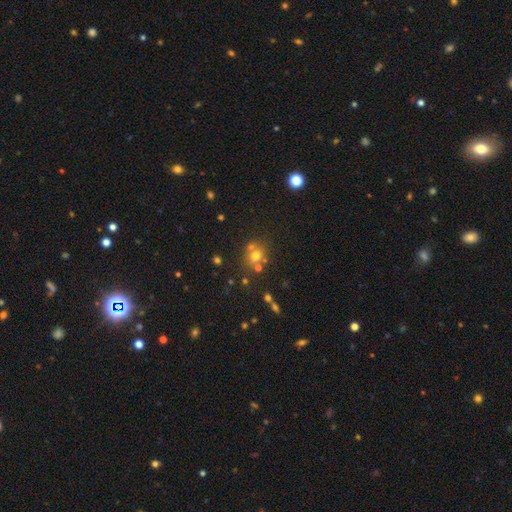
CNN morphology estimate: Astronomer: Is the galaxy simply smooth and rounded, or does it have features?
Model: smooth — 62%.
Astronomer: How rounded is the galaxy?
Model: round — 77%.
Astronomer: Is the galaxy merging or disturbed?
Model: none — 58%.